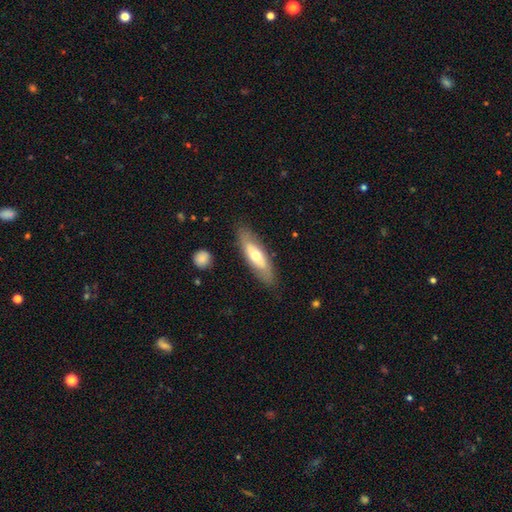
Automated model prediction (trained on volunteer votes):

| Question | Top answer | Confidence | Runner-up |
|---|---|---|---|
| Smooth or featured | smooth | 52% | featured or disk (43%) |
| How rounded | in between | 52% | cigar-shaped (45%) |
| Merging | none | 83% | minor disturbance (12%) |